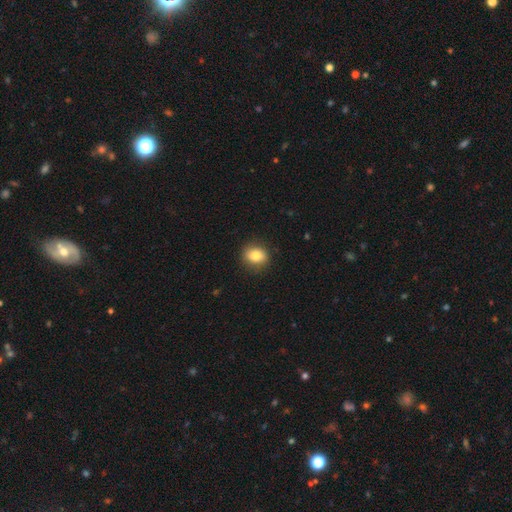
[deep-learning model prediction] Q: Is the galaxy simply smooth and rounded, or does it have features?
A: smooth — 81%.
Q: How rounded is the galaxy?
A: round — 52%.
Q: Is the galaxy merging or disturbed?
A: none — 87%.